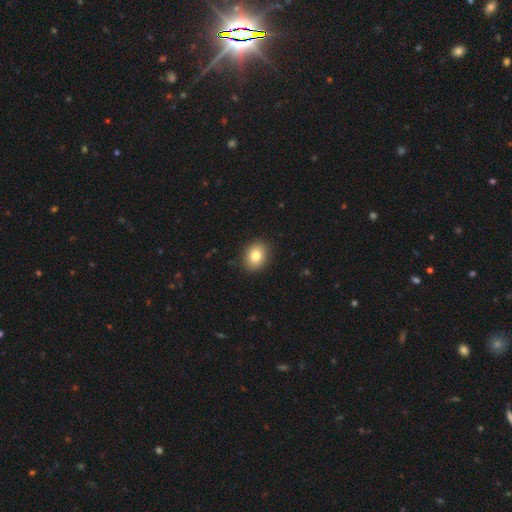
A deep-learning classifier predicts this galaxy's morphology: Smooth or featured? Predicted: smooth (p=0.81). How rounded? Predicted: in between (p=0.50). Merging? Predicted: none (p=0.90).